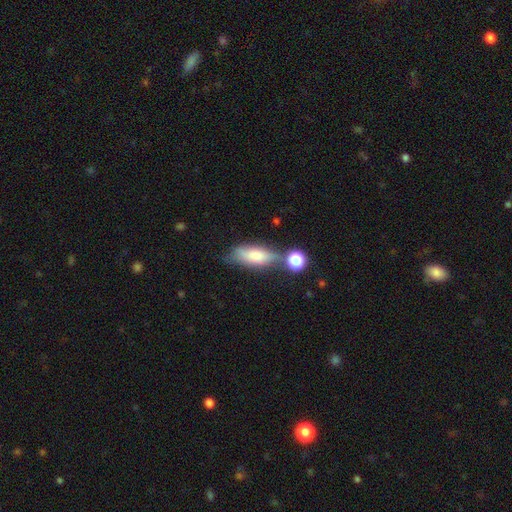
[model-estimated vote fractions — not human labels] Smooth or featured? smooth (68%)
How rounded? in between (68%)
Merging? none (48%)